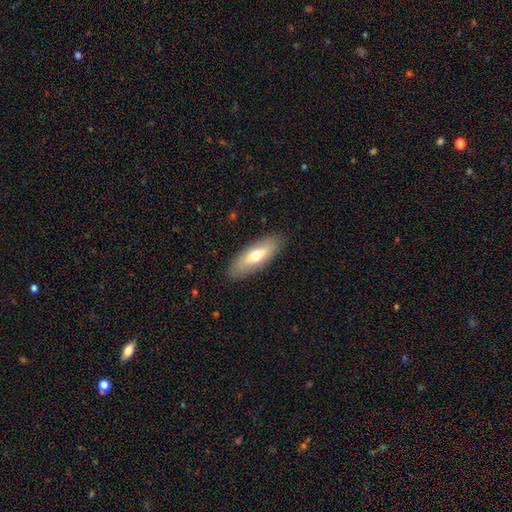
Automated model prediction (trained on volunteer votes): Q: Smooth or featured?
A: smooth (60%); runner-up: featured or disk (35%)
Q: How rounded?
A: in between (67%); runner-up: cigar-shaped (31%)
Q: Merging?
A: none (86%); runner-up: minor disturbance (10%)